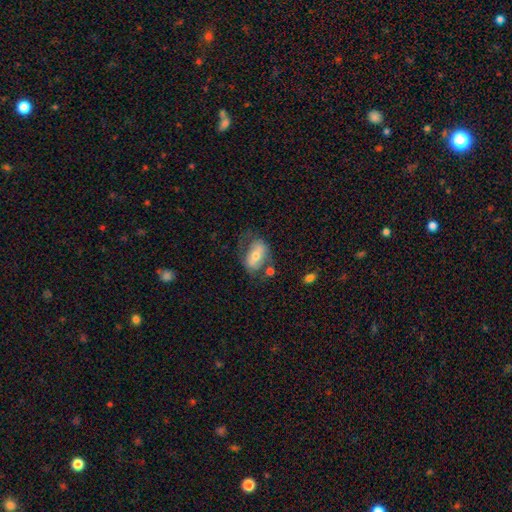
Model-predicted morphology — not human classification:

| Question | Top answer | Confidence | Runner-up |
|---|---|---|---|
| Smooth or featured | smooth | 49% | featured or disk (44%) |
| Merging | none | 48% | minor disturbance (24%) |